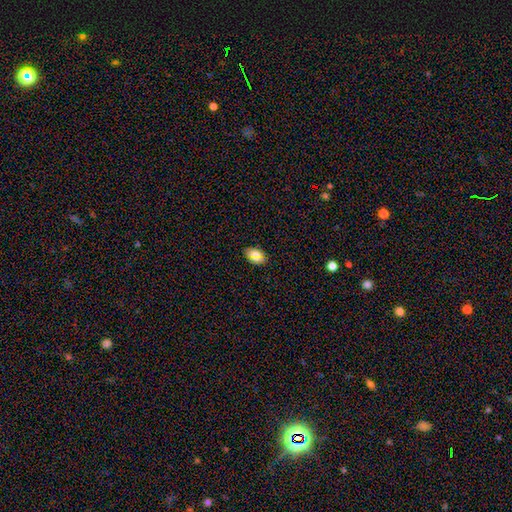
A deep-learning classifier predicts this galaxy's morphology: Smooth or featured? smooth (83%)
How rounded? in between (87%)
Merging? none (88%)